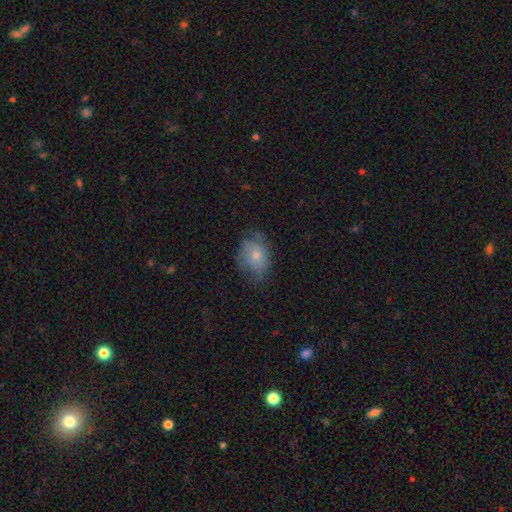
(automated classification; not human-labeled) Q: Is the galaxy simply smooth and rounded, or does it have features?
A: smooth — 63%.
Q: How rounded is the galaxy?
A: in between — 65%.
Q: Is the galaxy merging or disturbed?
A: none — 53%.